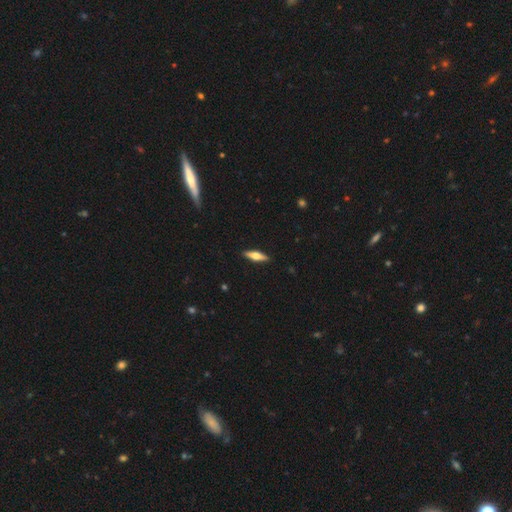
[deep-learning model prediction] This appears to be a smooth galaxy with no disk features (49%). Merging: none (90%).